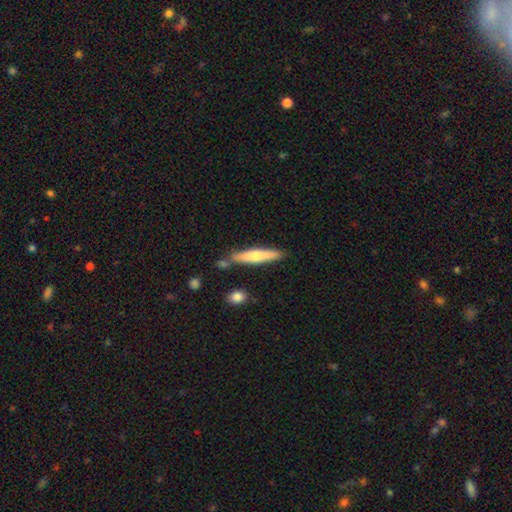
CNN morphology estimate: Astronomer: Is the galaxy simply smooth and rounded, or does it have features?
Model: smooth — 59% (runner-up: featured or disk, 36%).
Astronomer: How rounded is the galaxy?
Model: cigar-shaped — 89%.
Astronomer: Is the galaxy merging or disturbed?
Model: none — 79%.